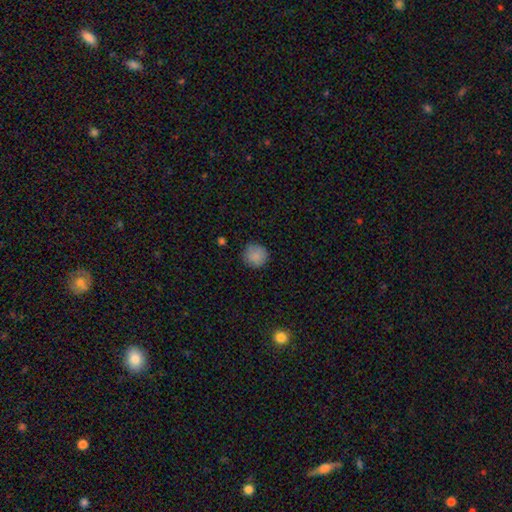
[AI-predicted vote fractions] Smooth or featured? Predicted: smooth (p=0.87). How rounded? Predicted: round (p=0.94). Merging? Predicted: none (p=0.87).